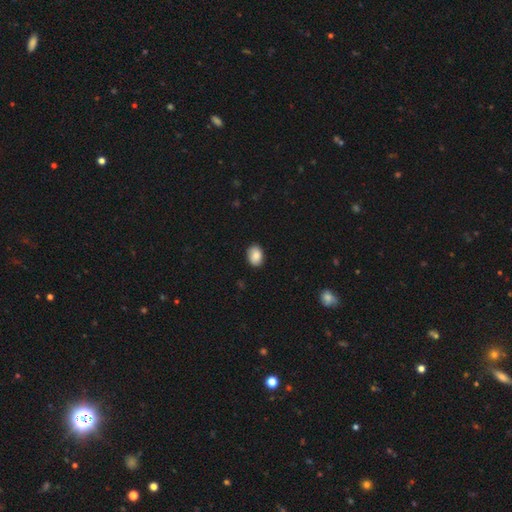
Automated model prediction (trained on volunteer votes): smooth-or-featured: smooth: 86% | star or artifact: 7% | featured or disk: 6%
  how-rounded: in between: 75% | round: 24% | cigar-shaped: 1%
  merging: none: 87% | minor disturbance: 10% | major disturbance: 2% | merger: 1%